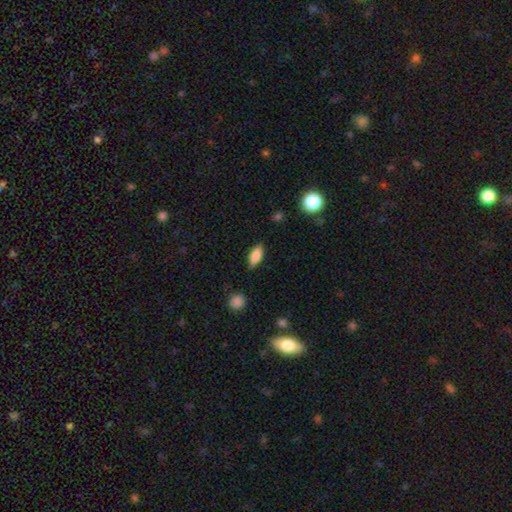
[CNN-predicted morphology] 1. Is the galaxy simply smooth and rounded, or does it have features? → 82% smooth, 10% featured or disk, 7% star or artifact.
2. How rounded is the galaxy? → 81% in between, 16% cigar-shaped, 3% round.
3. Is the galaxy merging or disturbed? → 85% none, 11% minor disturbance, 3% major disturbance, 1% merger.